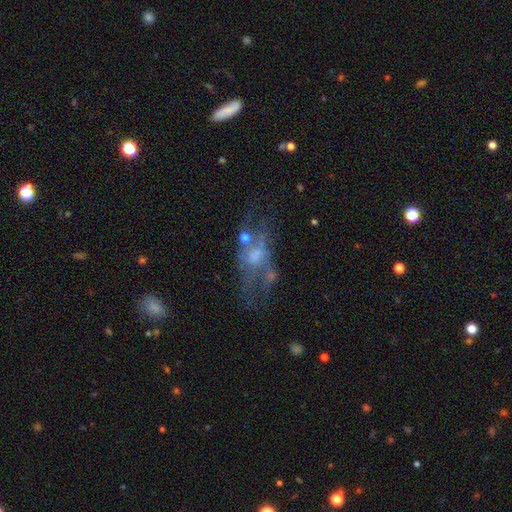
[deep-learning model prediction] A featured or disk galaxy (60%) with no bar (76%), no spiral arms (68%) and a moderate central bulge (34%).

Vote fractions:
- Smooth or featured? featured or disk: 60% / smooth: 27% / star or artifact: 13%
- Edge-on disk? no: 92% / yes: 8%
- Bar? no: 76% / weak: 19% / strong: 5%
- Spiral arms? no: 68% / yes: 32%
- Bulge size? moderate: 34% / small: 33% / none: 25% / large: 6% / dominant: 2%
- Merging? none: 36% / major disturbance: 32% / minor disturbance: 18% / merger: 14%